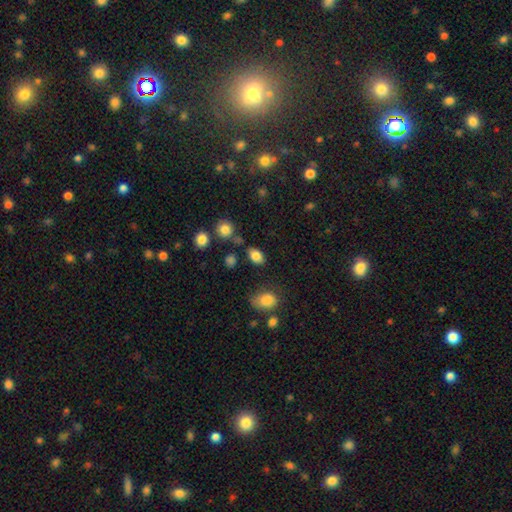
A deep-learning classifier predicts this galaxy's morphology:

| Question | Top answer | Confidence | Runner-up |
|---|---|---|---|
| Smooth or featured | smooth | 83% | star or artifact (10%) |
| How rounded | in between | 83% | round (15%) |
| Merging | none | 75% | minor disturbance (15%) |